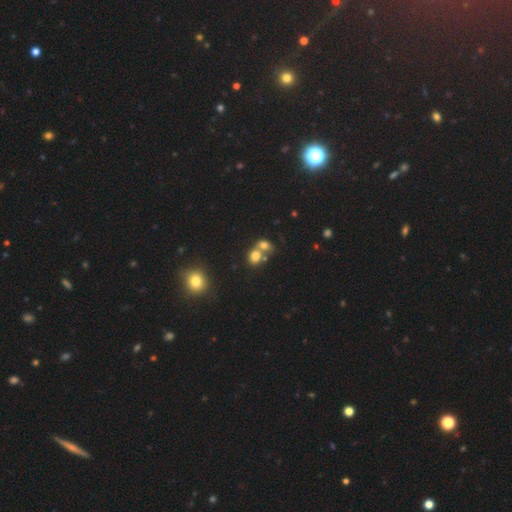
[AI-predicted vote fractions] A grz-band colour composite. It shows a smooth galaxy with no disk features (74%) that is round (64%). Merging: merger (57%).